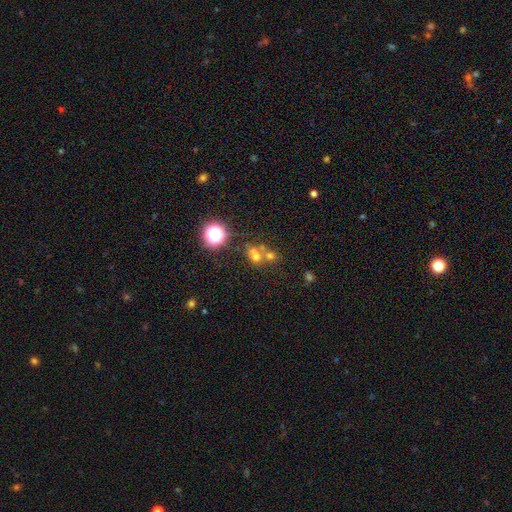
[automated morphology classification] This appears to be a smooth galaxy with no disk features (57%) that is round (73%). Merging: merger (48%).